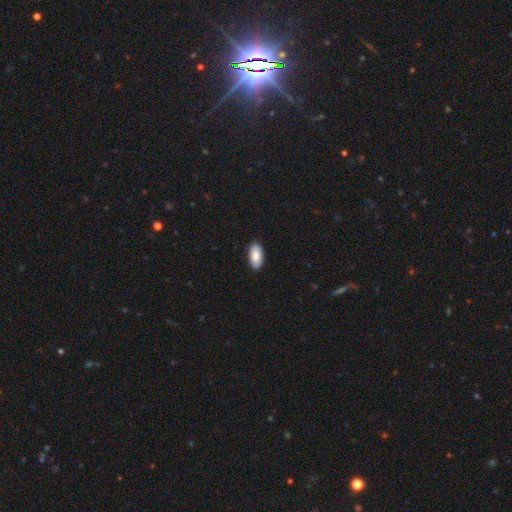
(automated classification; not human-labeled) smooth 88%, featured or disk 7%, star or artifact 6%. Down the decision tree: how rounded — in between (92%); merging — none (89%).